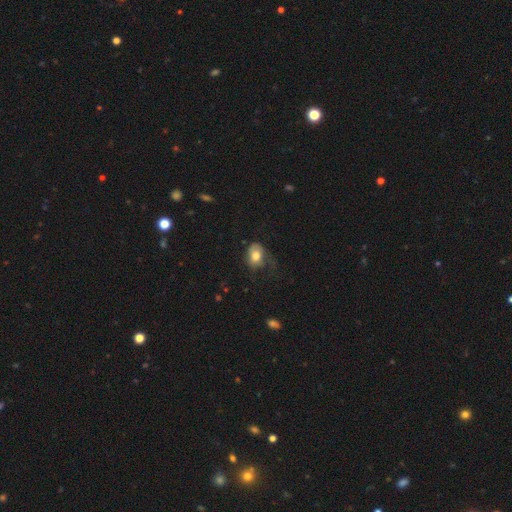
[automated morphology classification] Smooth or featured: smooth — 71% (featured or disk — 21%)
How rounded: in between — 72% (round — 26%)
Merging: none — 36% (minor disturbance — 31%)